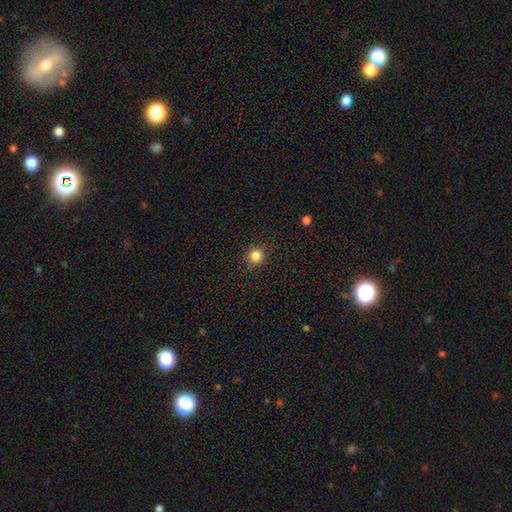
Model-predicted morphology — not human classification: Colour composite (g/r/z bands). It shows a smooth galaxy with no disk features (84%) that is round (86%). Merging: none (89%).